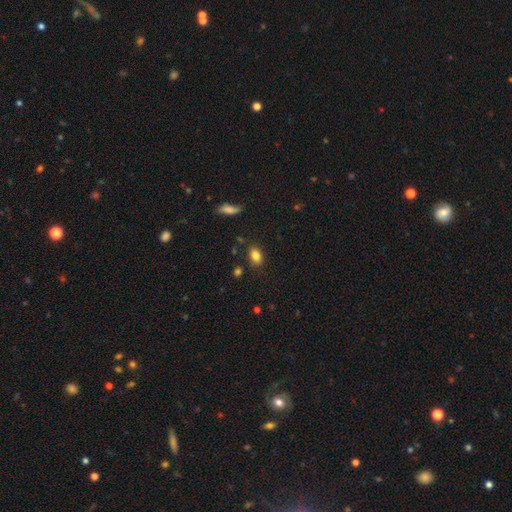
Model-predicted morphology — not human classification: The model was most divided on "how rounded": in between: 81%, round: 16%, cigar-shaped: 2%. More confident: smooth or featured — smooth (83%); merging — none (83%).